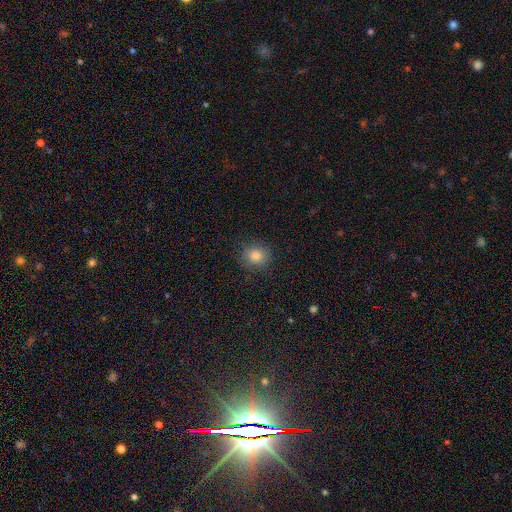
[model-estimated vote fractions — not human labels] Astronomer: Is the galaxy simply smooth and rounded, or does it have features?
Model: smooth — 80%.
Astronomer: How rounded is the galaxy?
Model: round — 80%.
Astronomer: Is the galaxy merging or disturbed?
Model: none — 86%.